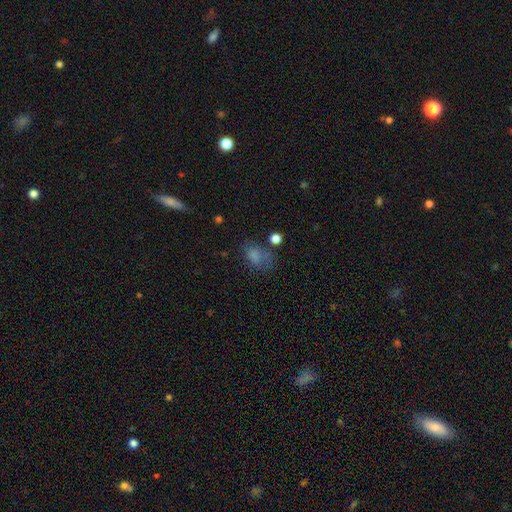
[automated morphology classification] A smooth galaxy with no disk features (73%) that is in between round and cigar-shaped (74%).

Vote fractions:
- Smooth or featured? smooth: 73% / star or artifact: 15% / featured or disk: 12%
- How rounded? in between: 74% / round: 24% / cigar-shaped: 2%
- Merging? none: 46% / minor disturbance: 25% / major disturbance: 20% / merger: 8%